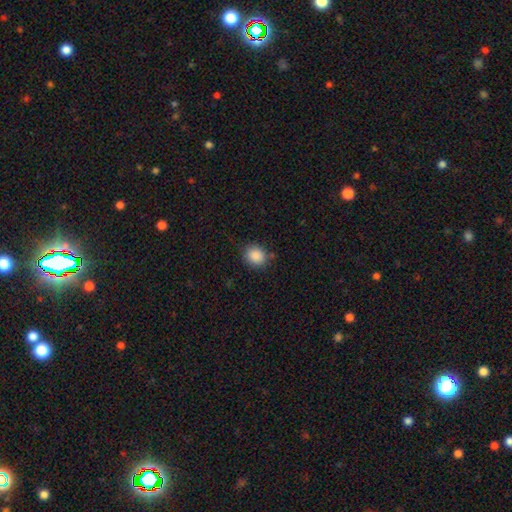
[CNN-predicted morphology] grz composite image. It shows a smooth galaxy with no disk features (88%) that is round (71%). Merging: none (81%).